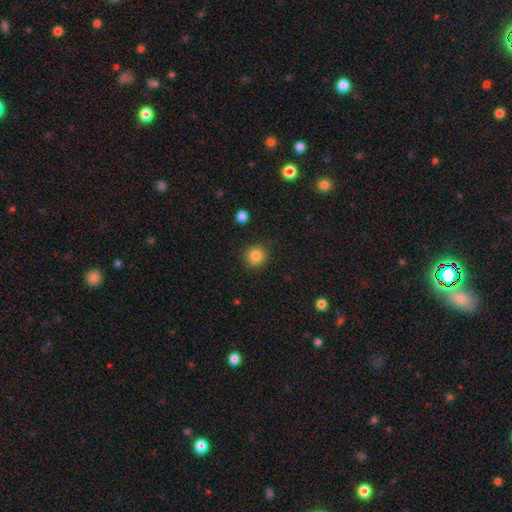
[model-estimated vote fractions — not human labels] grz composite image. It shows a smooth galaxy with no disk features (85%) that is round (89%). Merging: none (87%).